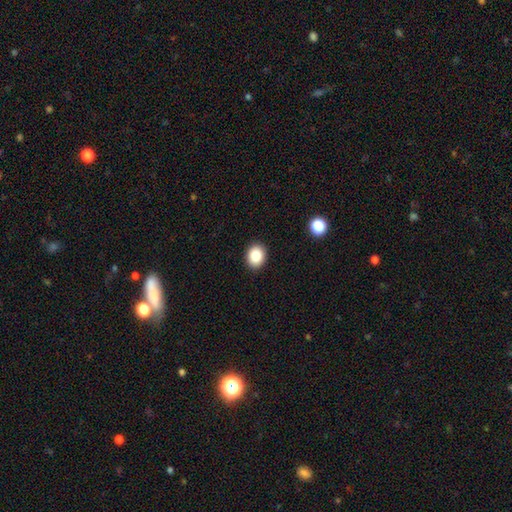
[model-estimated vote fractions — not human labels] A smooth galaxy with no disk features (85%) that is round (51%).

Vote fractions:
- Smooth or featured? smooth: 85% / star or artifact: 9% / featured or disk: 6%
- How rounded? round: 51% / in between: 48% / cigar-shaped: 1%
- Merging? none: 91% / minor disturbance: 6% / major disturbance: 2% / merger: 1%